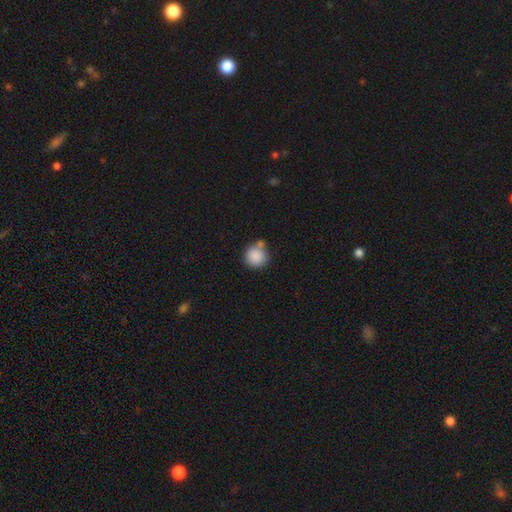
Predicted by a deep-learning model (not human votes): Smooth or featured?
  - smooth: 87% *
  - star or artifact: 8%
  - featured or disk: 4%
How rounded?
  - round: 92% *
  - in between: 7%
  - cigar-shaped: 1%
Merging?
  - none: 60% *
  - merger: 21%
  - minor disturbance: 14%
  - major disturbance: 4%